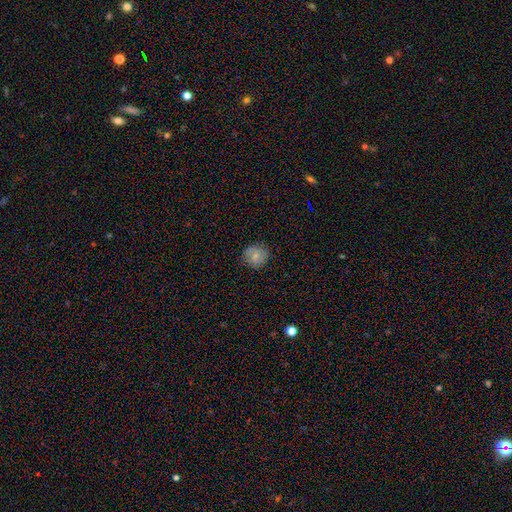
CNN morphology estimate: Smooth or featured? smooth (76%)
How rounded? round (87%)
Merging? none (84%)